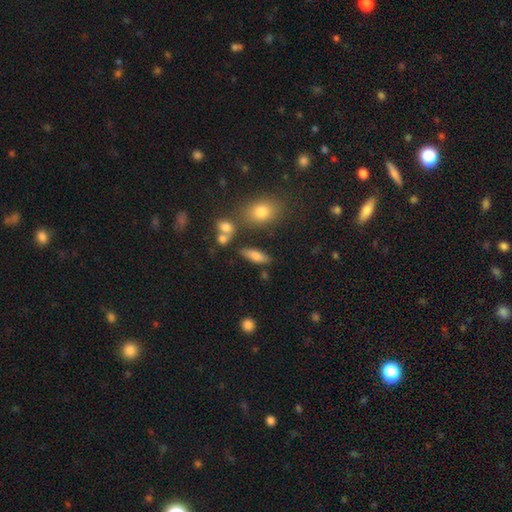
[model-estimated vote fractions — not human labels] Overall: smooth (75%). How rounded: in between (62%; cigar-shaped 34%). Merging: none (74%).